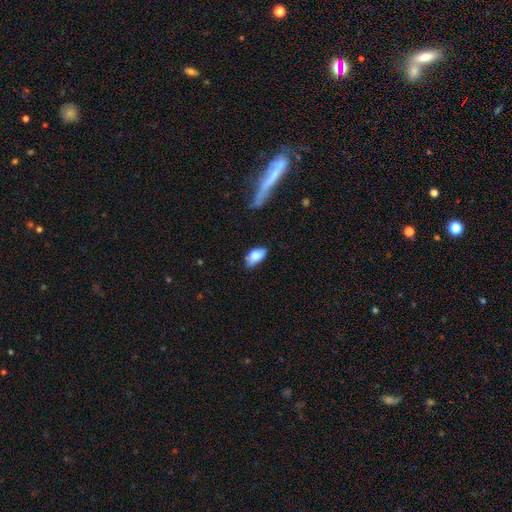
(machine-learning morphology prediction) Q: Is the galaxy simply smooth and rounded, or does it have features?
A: smooth — 81%.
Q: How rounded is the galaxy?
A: in between — 92%.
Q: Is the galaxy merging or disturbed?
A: none — 56%.